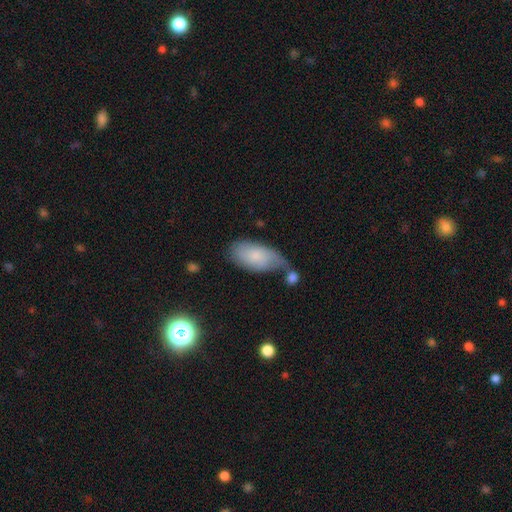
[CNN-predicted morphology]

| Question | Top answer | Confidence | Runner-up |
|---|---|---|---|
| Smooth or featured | smooth | 68% | featured or disk (23%) |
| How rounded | in between | 92% | cigar-shaped (5%) |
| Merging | none | 49% | minor disturbance (26%) |